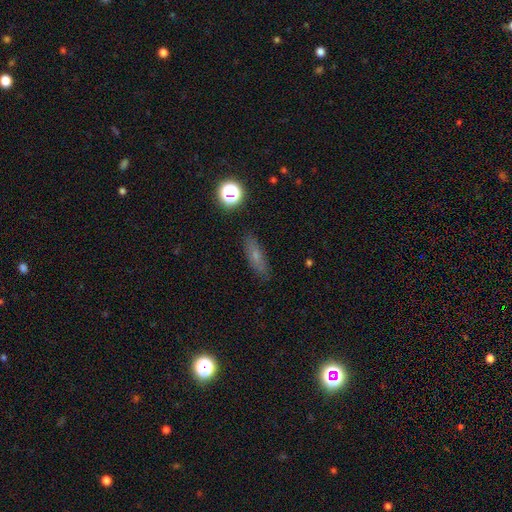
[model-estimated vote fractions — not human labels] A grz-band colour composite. It shows a smooth galaxy with no disk features (63%) that is cigar-shaped (52%). Merging: none (85%).